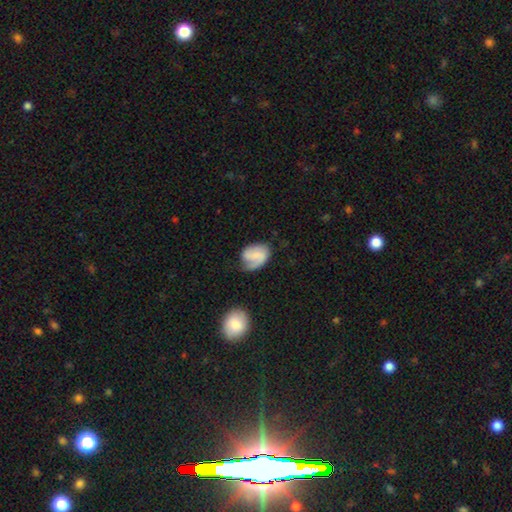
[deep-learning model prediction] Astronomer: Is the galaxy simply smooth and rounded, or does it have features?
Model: featured or disk — 50% (runner-up: smooth, 43%).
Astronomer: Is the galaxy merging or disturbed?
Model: none — 50% (runner-up: minor disturbance, 31%).